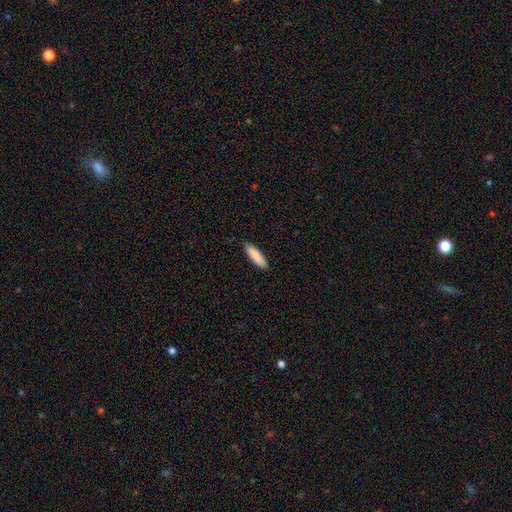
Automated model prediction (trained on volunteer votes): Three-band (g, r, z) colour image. It shows a smooth galaxy with no disk features (89%) that is cigar-shaped (57%). Merging: none (88%).